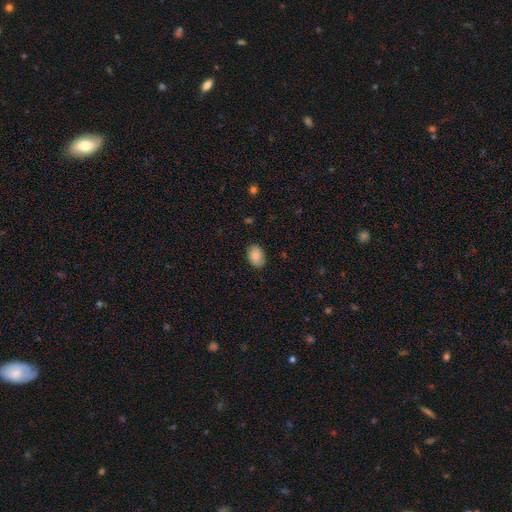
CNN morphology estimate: This appears to be a smooth galaxy with no disk features (85%) that is in between round and cigar-shaped (85%). Merging: none (87%).